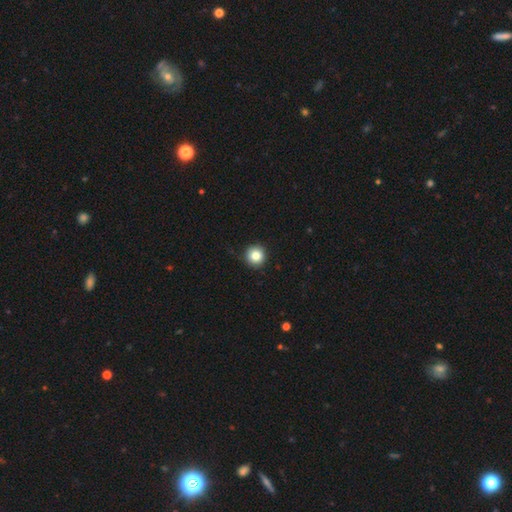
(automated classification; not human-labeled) Overall: smooth (84%). How rounded: round (95%). Merging: none (92%).